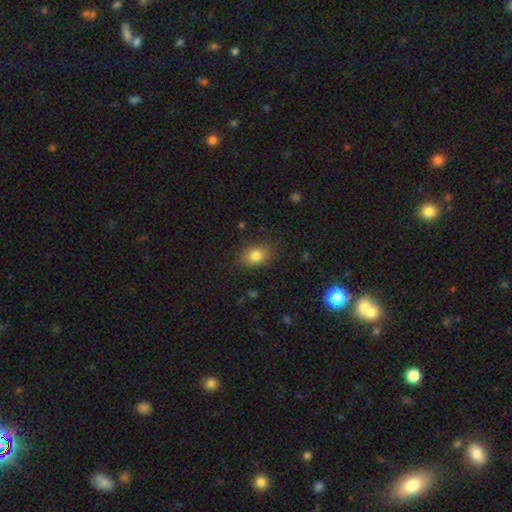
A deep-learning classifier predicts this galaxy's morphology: smooth 82%, star or artifact 10%, featured or disk 7%. Down the decision tree: how rounded — in between (73%); merging — none (83%).